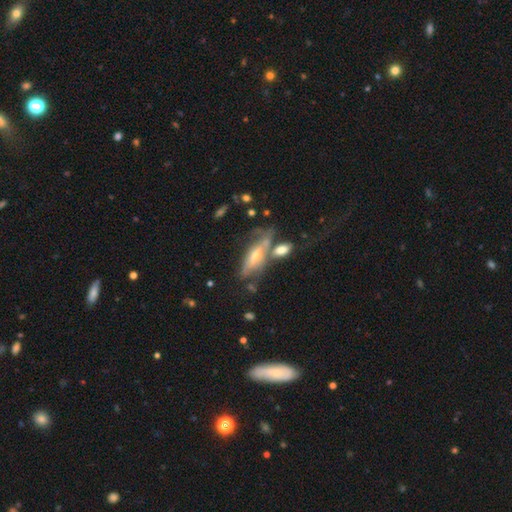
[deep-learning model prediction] smooth_or_featured: featured or disk (p=0.58) [alt: smooth p=0.33]
disk_edge_on: yes (p=0.52) [alt: no p=0.48]
merging: none (p=0.36) [alt: merger p=0.32]